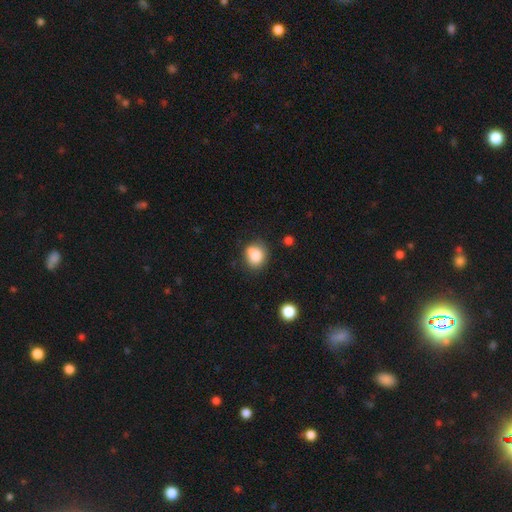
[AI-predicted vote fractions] Morphology: type=smooth (79%); roundness=round (70%); merging=none (55%).